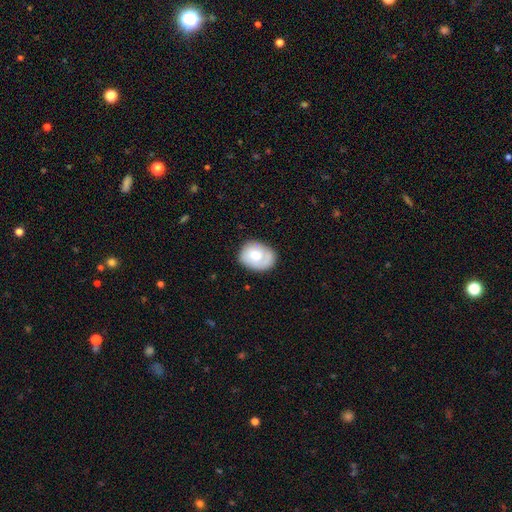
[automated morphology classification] type=smooth (59%); roundness=in between (60%); merging=none (68%).